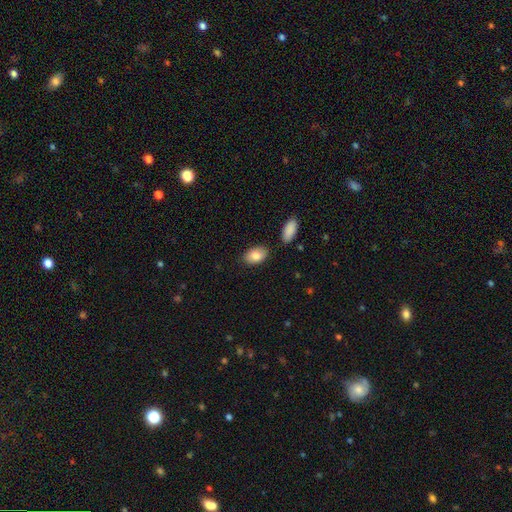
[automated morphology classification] This appears to be a smooth galaxy with no disk features (84%) that is in between round and cigar-shaped (92%). Merging: none (81%).